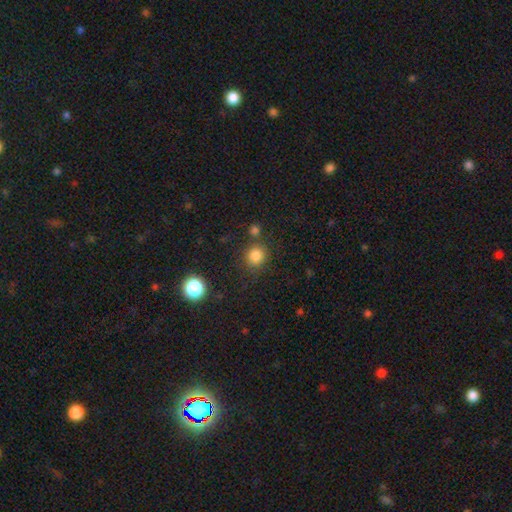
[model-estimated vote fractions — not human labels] Overall: smooth (82%). How rounded: round (89%). Merging: none (79%).